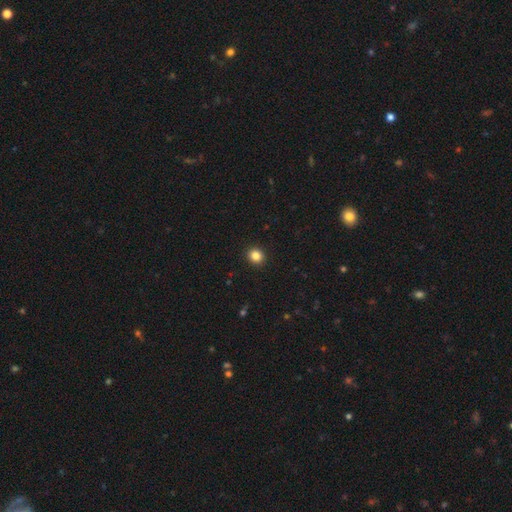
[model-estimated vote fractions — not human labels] The model was most divided on "how rounded": round: 82%, in between: 17%, cigar-shaped: 1%. More confident: merging — none (92%); smooth or featured — smooth (84%).